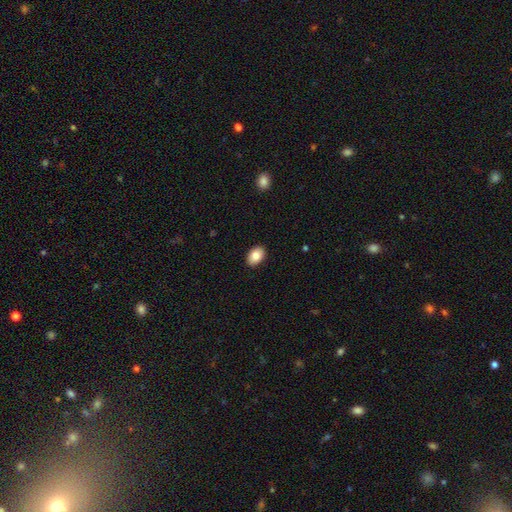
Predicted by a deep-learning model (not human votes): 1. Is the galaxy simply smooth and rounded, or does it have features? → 85% smooth, 8% featured or disk, 7% star or artifact.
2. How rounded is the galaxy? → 87% in between, 12% round, 1% cigar-shaped.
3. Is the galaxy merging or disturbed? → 89% none, 8% minor disturbance, 2% major disturbance, 1% merger.